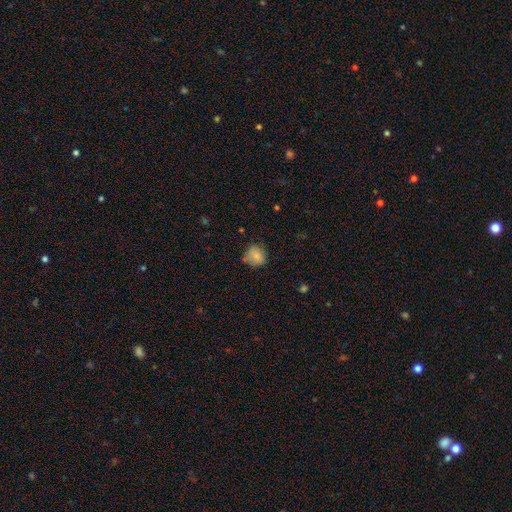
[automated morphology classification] Q: Smooth or featured?
A: smooth (81%); runner-up: featured or disk (10%)
Q: How rounded?
A: round (78%); runner-up: in between (21%)
Q: Merging?
A: none (70%); runner-up: minor disturbance (23%)